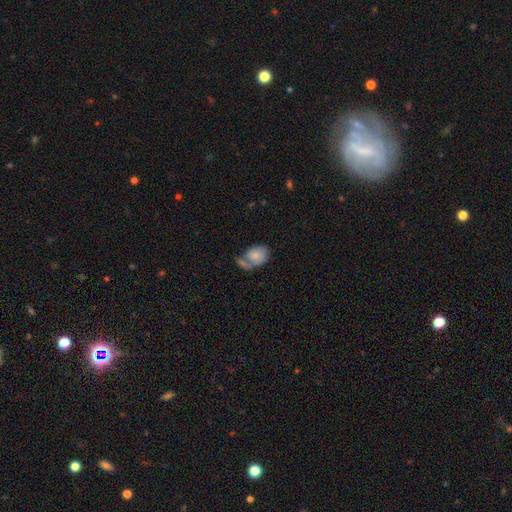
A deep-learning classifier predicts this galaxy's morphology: type=smooth (54%); roundness=in between (80%); merging=none (32%).